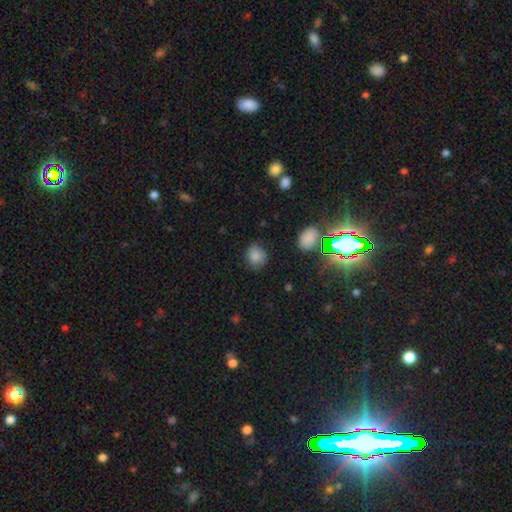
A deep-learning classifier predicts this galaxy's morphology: Smooth or featured? smooth (82%)
How rounded? round (73%)
Merging? none (77%)